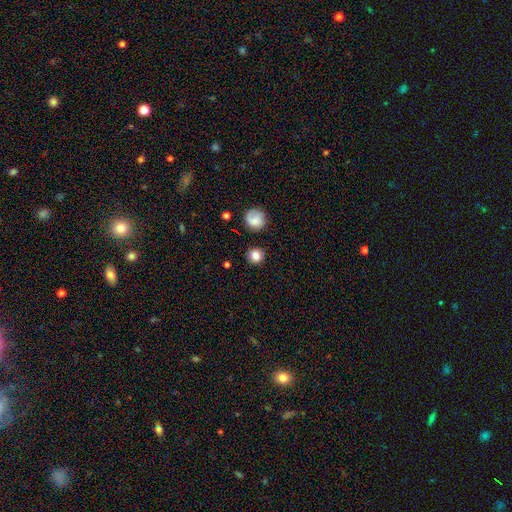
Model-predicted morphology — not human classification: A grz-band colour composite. It shows a smooth galaxy with no disk features (83%) that is round (92%). Merging: none (88%).